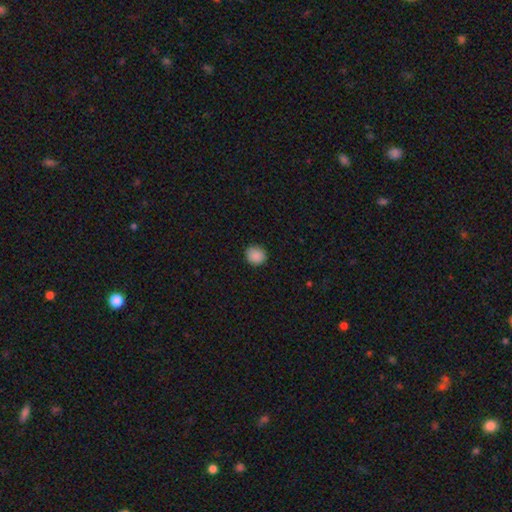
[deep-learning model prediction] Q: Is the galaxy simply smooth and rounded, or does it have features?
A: smooth — 88%.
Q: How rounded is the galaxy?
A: round — 84%.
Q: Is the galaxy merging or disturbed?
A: none — 89%.